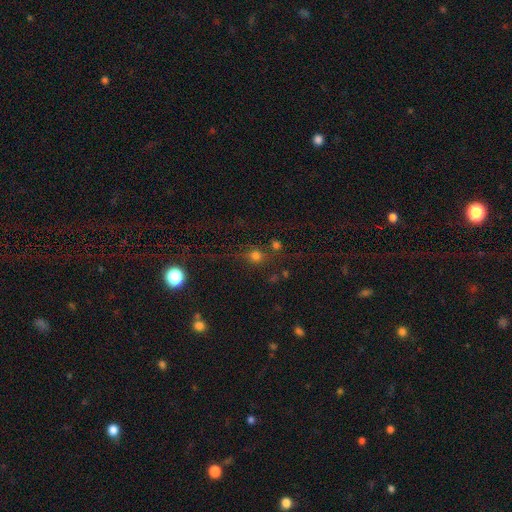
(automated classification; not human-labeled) A smooth galaxy with no disk features (59%) that is round (79%). Merging: none (62%).